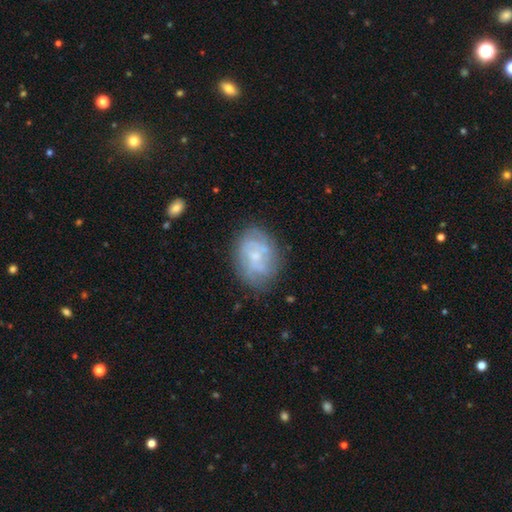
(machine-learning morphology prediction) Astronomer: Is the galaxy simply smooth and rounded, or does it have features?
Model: featured or disk — 59%.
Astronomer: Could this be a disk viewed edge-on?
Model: no — 97%.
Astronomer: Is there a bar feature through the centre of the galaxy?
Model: no — 72%.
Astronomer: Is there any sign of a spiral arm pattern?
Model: yes — 68%.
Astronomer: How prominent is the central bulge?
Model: small — 65%.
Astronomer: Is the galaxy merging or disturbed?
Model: none — 70%.